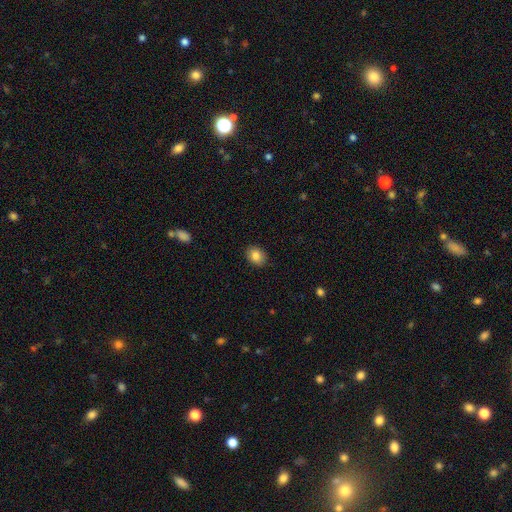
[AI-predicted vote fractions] A smooth galaxy with no disk features (84%) that is in between round and cigar-shaped (62%).

Vote fractions:
- Smooth or featured? smooth: 84% / star or artifact: 9% / featured or disk: 7%
- How rounded? in between: 62% / round: 37% / cigar-shaped: 1%
- Merging? none: 89% / minor disturbance: 8% / major disturbance: 2% / merger: 1%